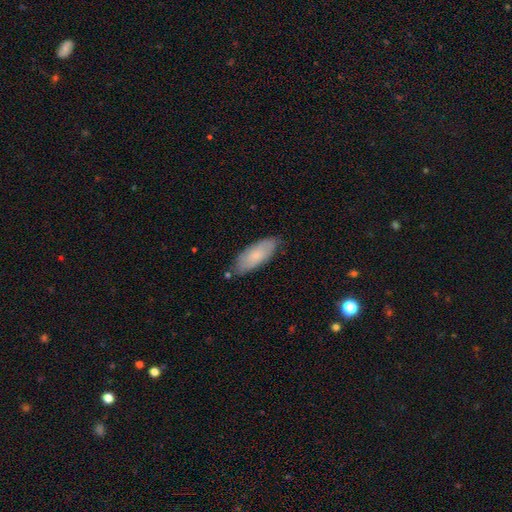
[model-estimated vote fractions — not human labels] Smooth or featured: smooth — 67% (featured or disk — 27%)
How rounded: in between — 78% (cigar-shaped — 20%)
Merging: none — 74% (minor disturbance — 20%)